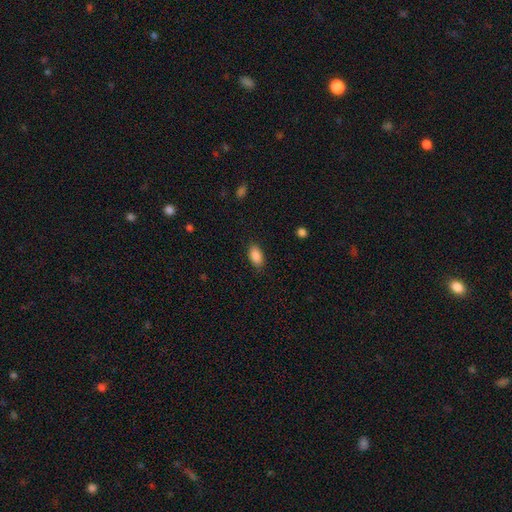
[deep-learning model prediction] Smooth or featured? Predicted: smooth (p=0.89). How rounded? Predicted: in between (p=0.92). Merging? Predicted: none (p=0.86).